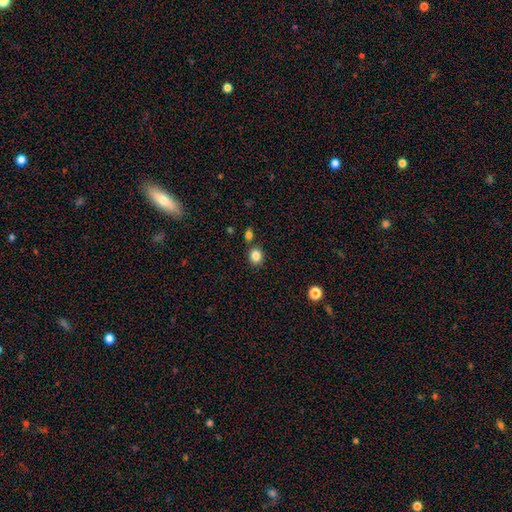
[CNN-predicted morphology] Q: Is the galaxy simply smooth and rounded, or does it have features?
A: smooth — 84%.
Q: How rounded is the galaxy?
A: round — 71%.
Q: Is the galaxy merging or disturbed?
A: none — 79%.